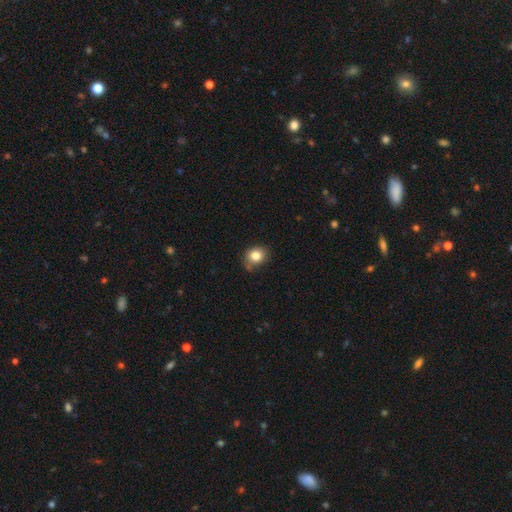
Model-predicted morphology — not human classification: smooth 82%, star or artifact 10%, featured or disk 7%. Down the decision tree: how rounded — round (65%); merging — none (72%).